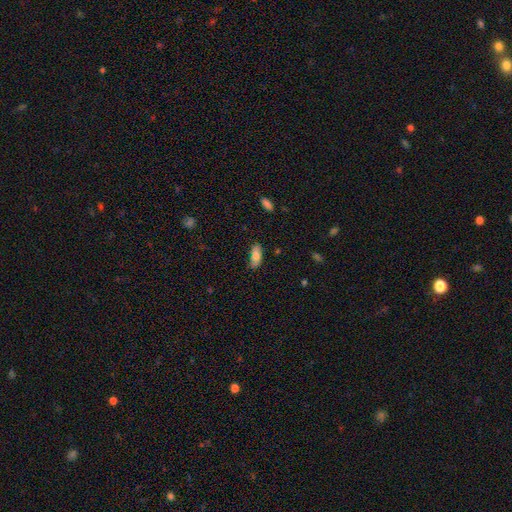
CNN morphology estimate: This is likely a smooth galaxy (80%). How rounded: clearly in between (81%). Merging: likely none (78%).